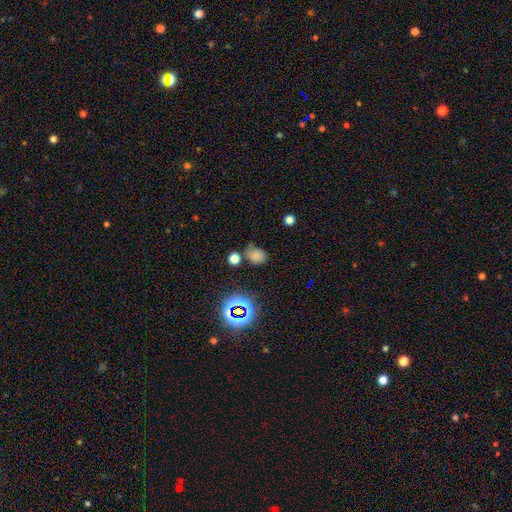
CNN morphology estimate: smooth_or_featured: smooth (p=0.69) [alt: star or artifact p=0.24]
how_rounded: round (p=0.57) [alt: in between p=0.42]
merging: none (p=0.63) [alt: minor disturbance p=0.20]